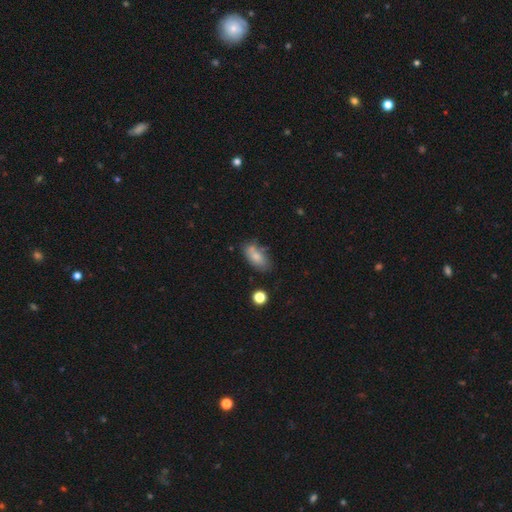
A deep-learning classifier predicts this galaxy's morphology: Q: Smooth or featured?
A: smooth (77%); runner-up: featured or disk (14%)
Q: How rounded?
A: in between (88%); runner-up: cigar-shaped (7%)
Q: Merging?
A: none (61%); runner-up: minor disturbance (22%)